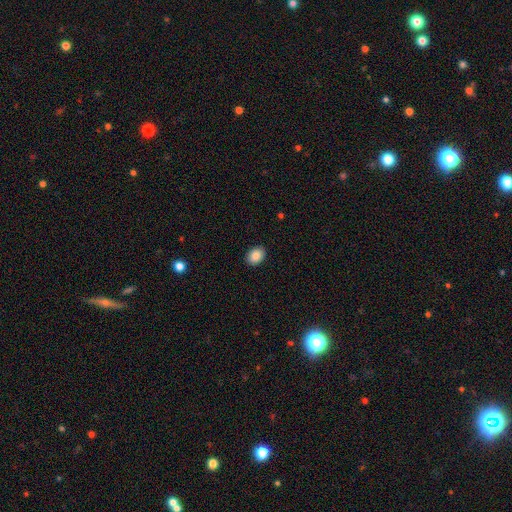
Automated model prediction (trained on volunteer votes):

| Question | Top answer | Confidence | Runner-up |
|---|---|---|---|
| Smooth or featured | smooth | 88% | star or artifact (8%) |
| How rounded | in between | 67% | round (32%) |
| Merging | none | 91% | minor disturbance (7%) |